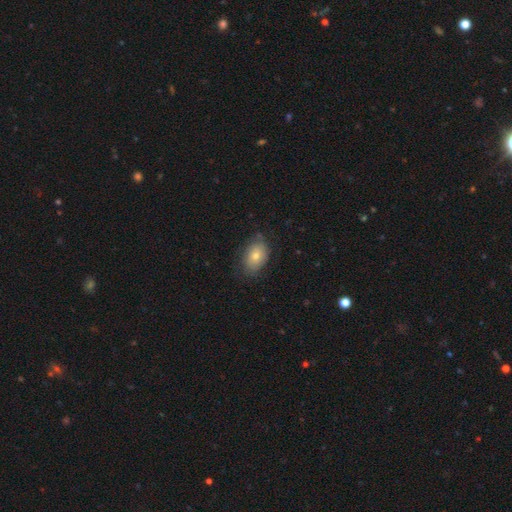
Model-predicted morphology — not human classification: smooth_or_featured: smooth (p=0.74) [alt: featured or disk p=0.18]
how_rounded: in between (p=0.83) [alt: round p=0.16]
merging: none (p=0.73) [alt: minor disturbance p=0.21]